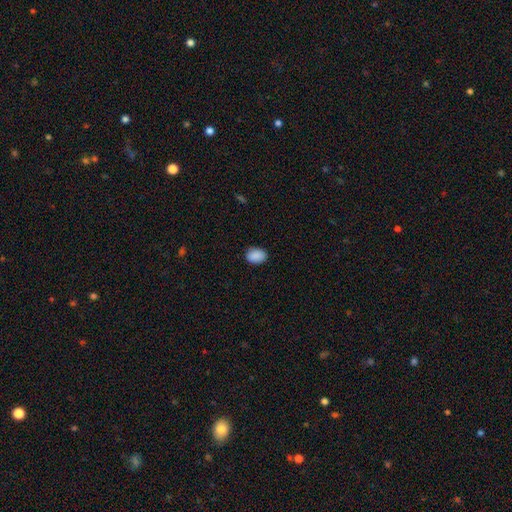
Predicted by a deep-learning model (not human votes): smooth 90%, star or artifact 7%, featured or disk 3%. Down the decision tree: how rounded — in between (76%); merging — none (85%).